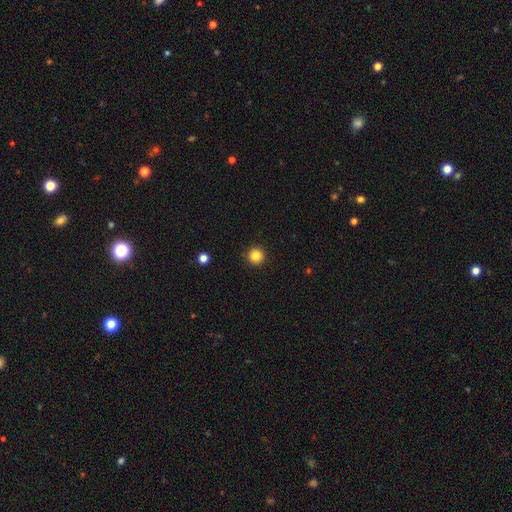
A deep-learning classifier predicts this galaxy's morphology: Smooth or featured? Predicted: smooth (p=0.85). How rounded? Predicted: round (p=0.96). Merging? Predicted: none (p=0.93).